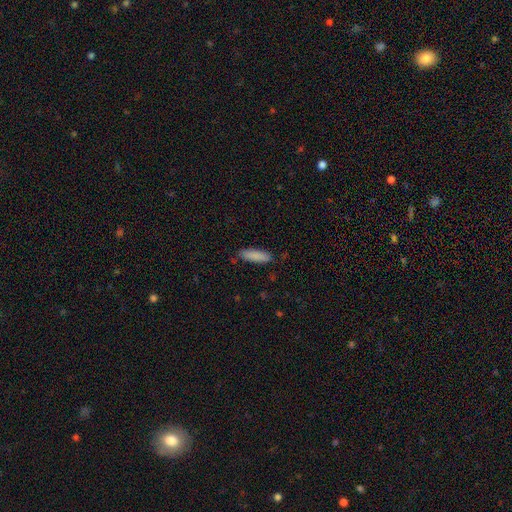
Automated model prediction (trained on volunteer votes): Smooth or featured: smooth — 88% (star or artifact — 6%)
How rounded: cigar-shaped — 57% (in between — 41%)
Merging: none — 86% (minor disturbance — 11%)